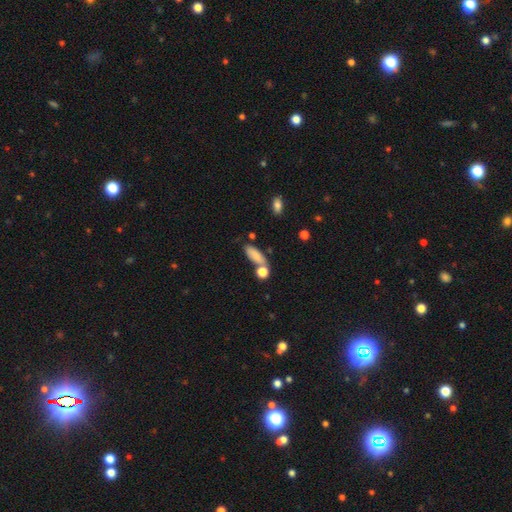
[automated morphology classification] This is clearly a smooth galaxy (82%). How rounded: likely in between (68%). Merging: likely none (61%).